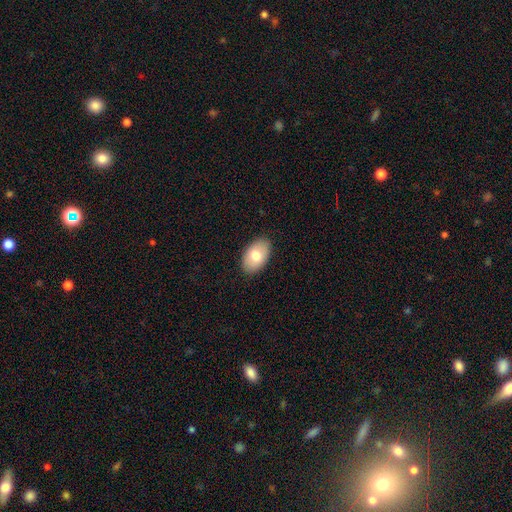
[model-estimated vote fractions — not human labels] This appears to be a smooth galaxy with no disk features (75%) that is in between round and cigar-shaped (92%). Merging: none (87%).